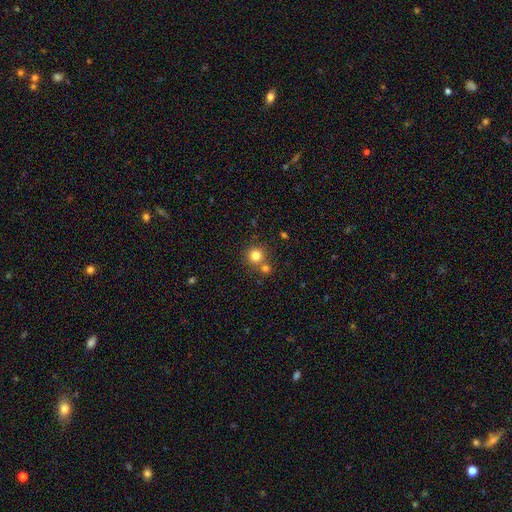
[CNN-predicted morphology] type=smooth (80%); roundness=round (93%); merging=none (67%).